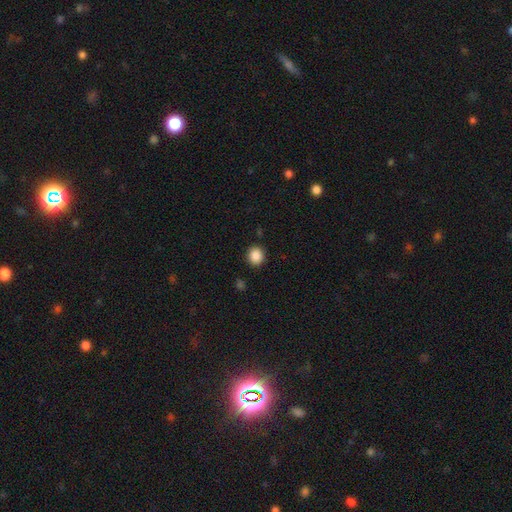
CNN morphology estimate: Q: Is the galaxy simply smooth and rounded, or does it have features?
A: smooth — 88%.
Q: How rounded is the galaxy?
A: round — 84%.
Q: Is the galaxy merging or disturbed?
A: none — 90%.